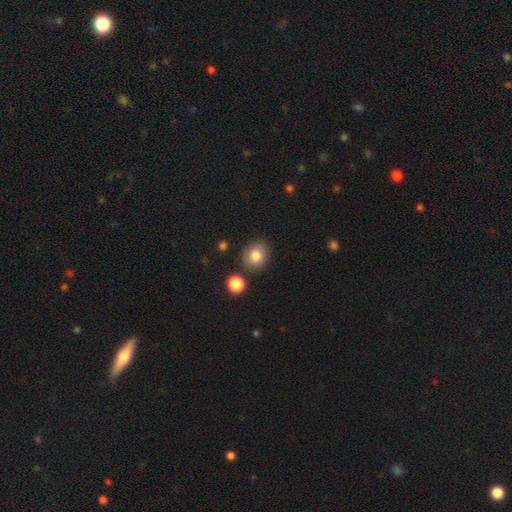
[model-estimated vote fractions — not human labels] A smooth galaxy with no disk features (85%) that is round (62%). Merging: none (79%).